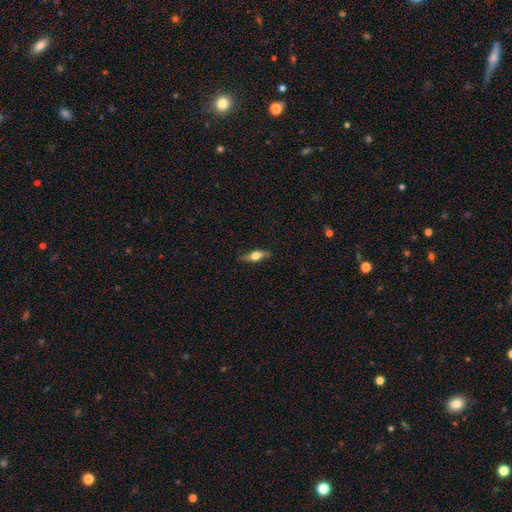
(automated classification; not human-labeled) The model was most divided on "smooth or featured": smooth: 47%, featured or disk: 46%, star or artifact: 7%. More confident: merging — none (82%).